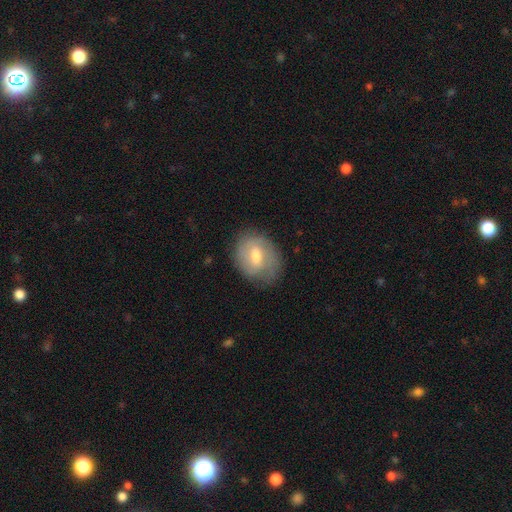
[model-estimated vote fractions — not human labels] Smooth or featured?
  - smooth: 48% *
  - featured or disk: 45%
  - star or artifact: 7%
Merging?
  - none: 68% *
  - minor disturbance: 23%
  - major disturbance: 8%
  - merger: 1%